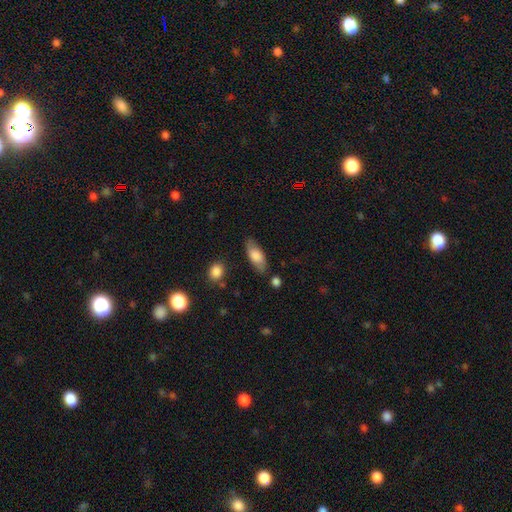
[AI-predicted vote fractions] smooth-or-featured: smooth: 73% | featured or disk: 20% | star or artifact: 7%
  how-rounded: in between: 79% | cigar-shaped: 18% | round: 3%
  merging: none: 77% | minor disturbance: 16% | major disturbance: 4% | merger: 3%